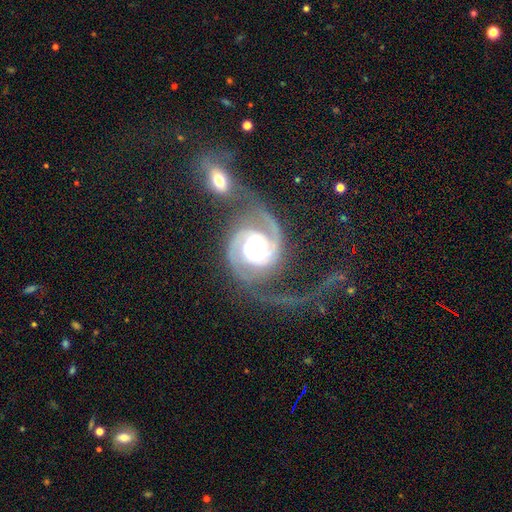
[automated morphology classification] This is clearly a featured or disk galaxy (89%). It is clearly not viewed edge-on (98%). Bar: possibly no (58%). Spiral arm pattern: clearly yes (98%). Spiral arm count: clearly 2 (89%). Spiral winding: possibly medium (49%). Central bulge: possibly large (53%). Merging: marginally none (43%).